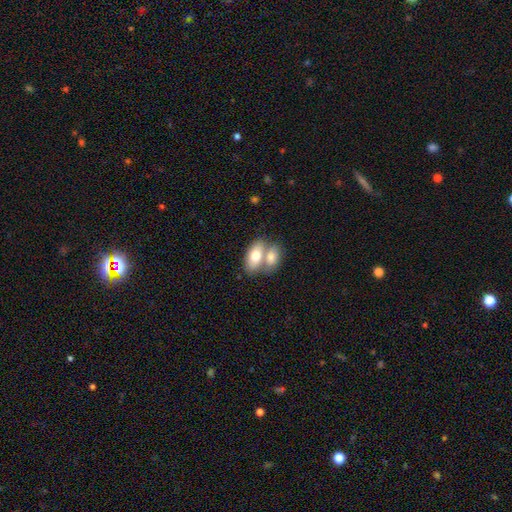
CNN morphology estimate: Q: Smooth or featured?
A: smooth (74%); runner-up: featured or disk (20%)
Q: How rounded?
A: in between (90%); runner-up: round (6%)
Q: Merging?
A: merger (63%); runner-up: none (27%)